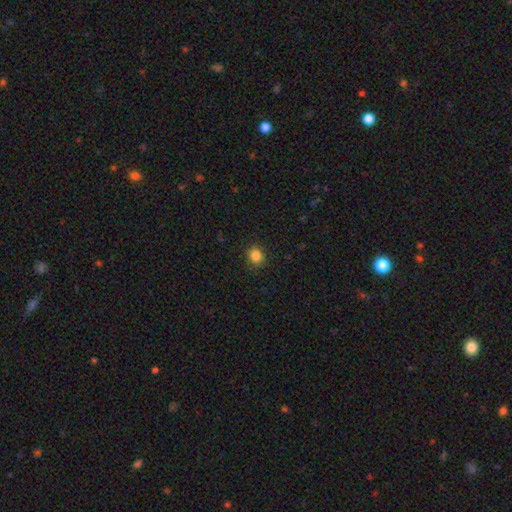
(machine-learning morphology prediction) smooth 85%, star or artifact 11%, featured or disk 4%. Down the decision tree: how rounded — round (80%); merging — none (89%).